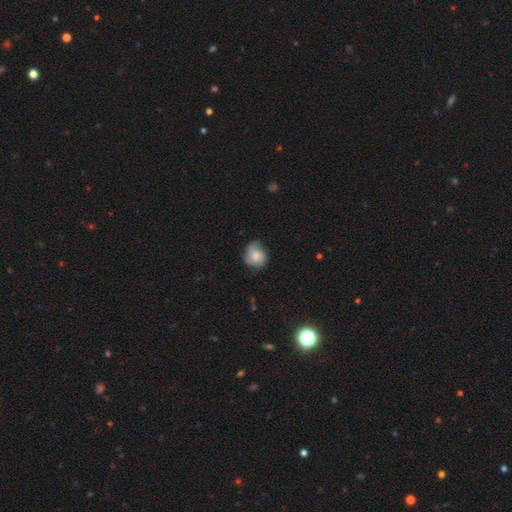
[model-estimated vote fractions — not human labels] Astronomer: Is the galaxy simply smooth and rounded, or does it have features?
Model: smooth — 73%.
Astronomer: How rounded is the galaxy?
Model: round — 74%.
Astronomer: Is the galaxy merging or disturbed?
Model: none — 60%.